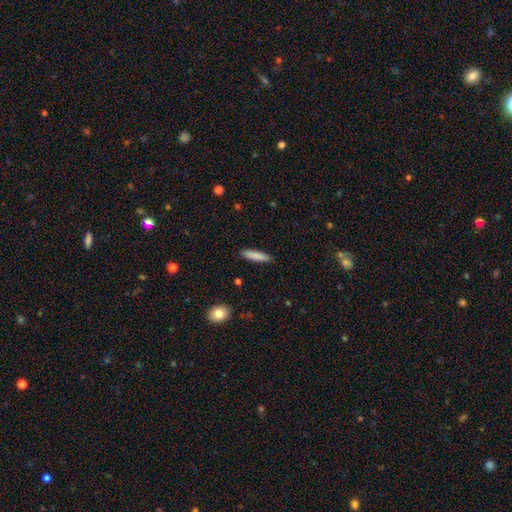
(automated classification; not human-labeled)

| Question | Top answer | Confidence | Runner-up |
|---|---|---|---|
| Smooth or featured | smooth | 85% | featured or disk (9%) |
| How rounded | cigar-shaped | 83% | in between (16%) |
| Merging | none | 89% | minor disturbance (8%) |